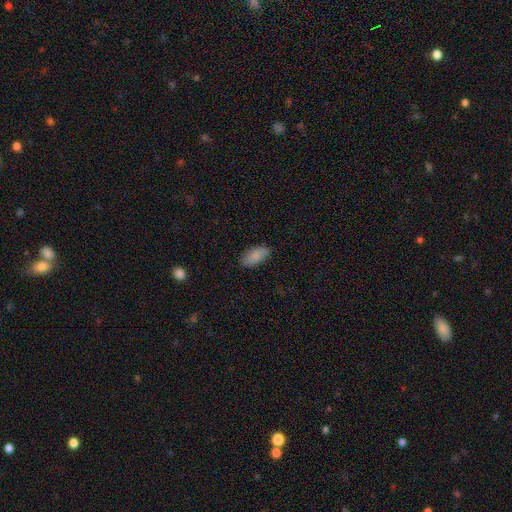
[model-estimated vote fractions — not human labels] Smooth or featured?
  - smooth: 87% *
  - star or artifact: 7%
  - featured or disk: 6%
How rounded?
  - in between: 90% *
  - cigar-shaped: 8%
  - round: 2%
Merging?
  - none: 86% *
  - minor disturbance: 10%
  - major disturbance: 2%
  - merger: 1%